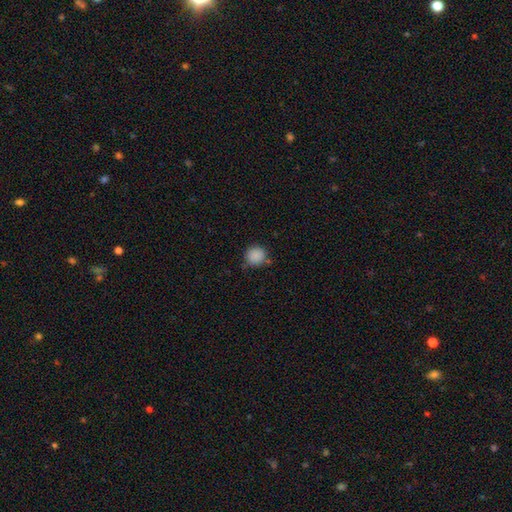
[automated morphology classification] smooth_or_featured: smooth (p=0.87) [alt: star or artifact p=0.09]
how_rounded: round (p=0.90) [alt: in between p=0.09]
merging: none (p=0.74) [alt: minor disturbance p=0.16]